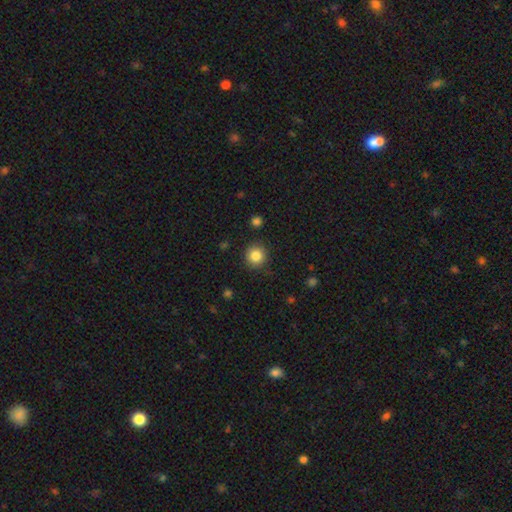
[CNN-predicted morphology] The model was most divided on "smooth or featured": smooth: 85%, star or artifact: 10%, featured or disk: 5%. More confident: how rounded — round (93%); merging — none (89%).